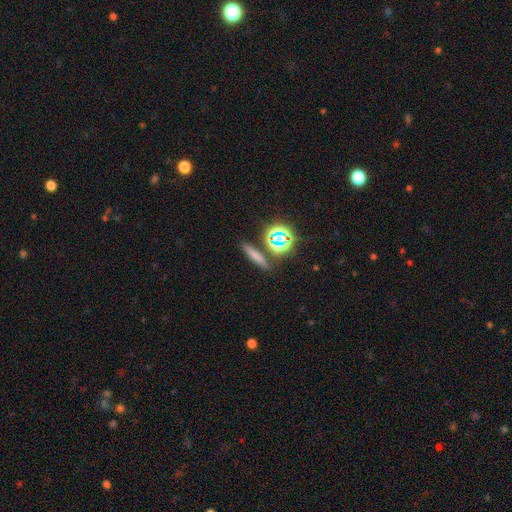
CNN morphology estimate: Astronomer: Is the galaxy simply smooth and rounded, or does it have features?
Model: smooth — 65%.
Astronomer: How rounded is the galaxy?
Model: cigar-shaped — 76%.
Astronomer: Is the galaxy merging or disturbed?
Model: none — 83%.